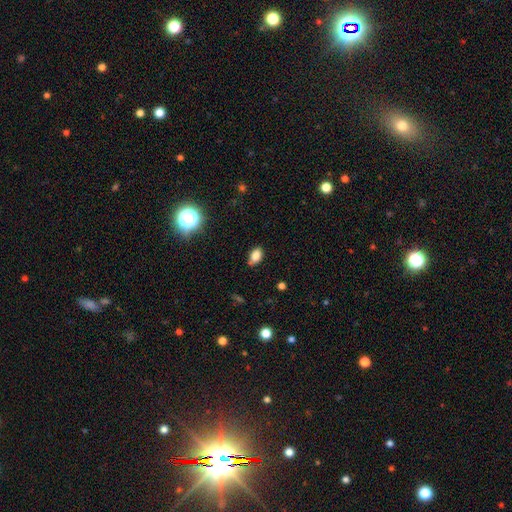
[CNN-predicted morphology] The model was most divided on "merging": none: 77%, minor disturbance: 17%, major disturbance: 3%, merger: 3%. More confident: how rounded — in between (87%); smooth or featured — smooth (81%).